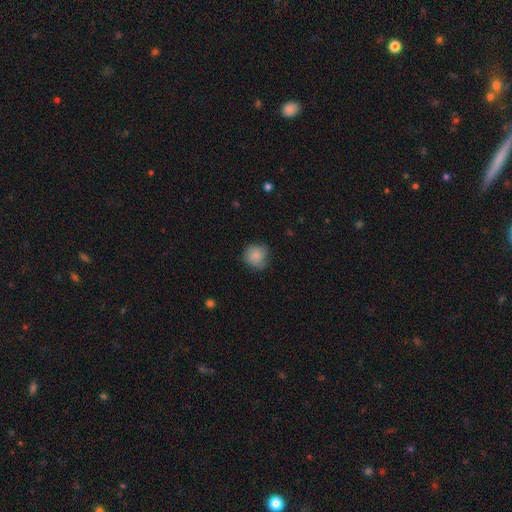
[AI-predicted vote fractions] smooth 85%, star or artifact 7%, featured or disk 7%. Down the decision tree: how rounded — round (90%); merging — none (76%).